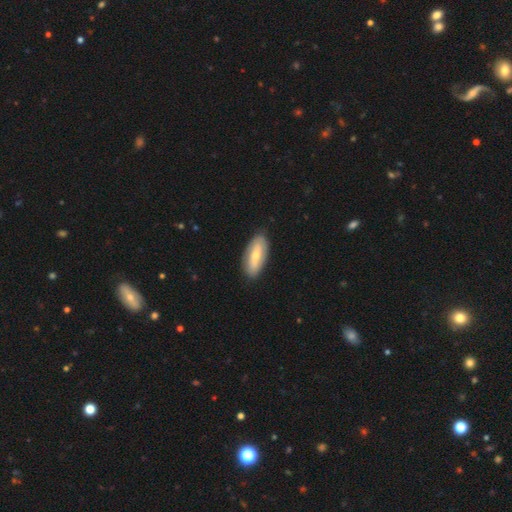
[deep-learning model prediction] smooth-or-featured: smooth: 60% | featured or disk: 35% | star or artifact: 5%
  how-rounded: in between: 85% | cigar-shaped: 13% | round: 2%
  merging: none: 85% | minor disturbance: 11% | major disturbance: 2% | merger: 1%